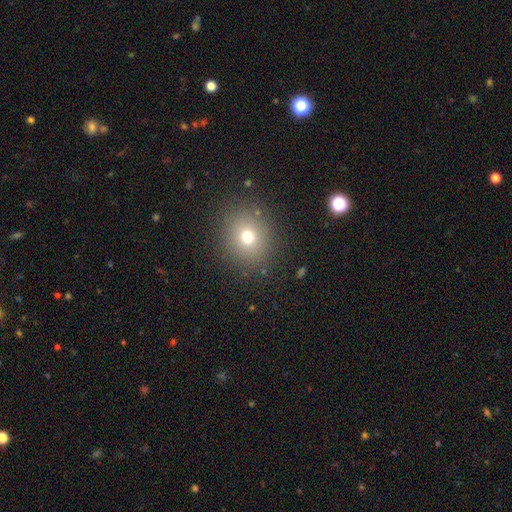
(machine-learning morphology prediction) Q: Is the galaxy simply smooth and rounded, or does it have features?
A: smooth — 69%.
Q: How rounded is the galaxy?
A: round — 79%.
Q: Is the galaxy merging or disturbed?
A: none — 89%.